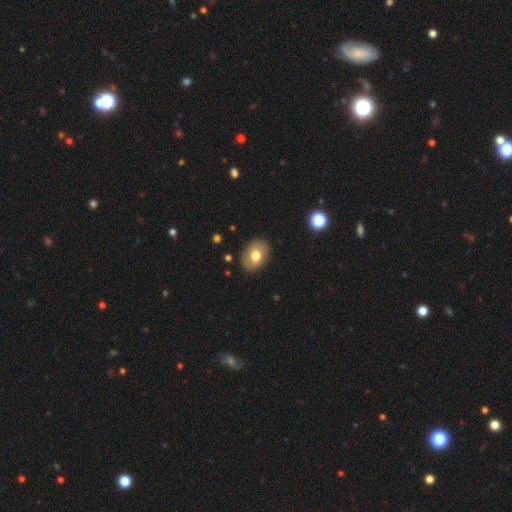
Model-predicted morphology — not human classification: A smooth galaxy with no disk features (69%) that is in between round and cigar-shaped (72%).

Vote fractions:
- Smooth or featured? smooth: 69% / featured or disk: 23% / star or artifact: 8%
- How rounded? in between: 72% / round: 27% / cigar-shaped: 1%
- Merging? none: 84% / minor disturbance: 12% / major disturbance: 3% / merger: 1%